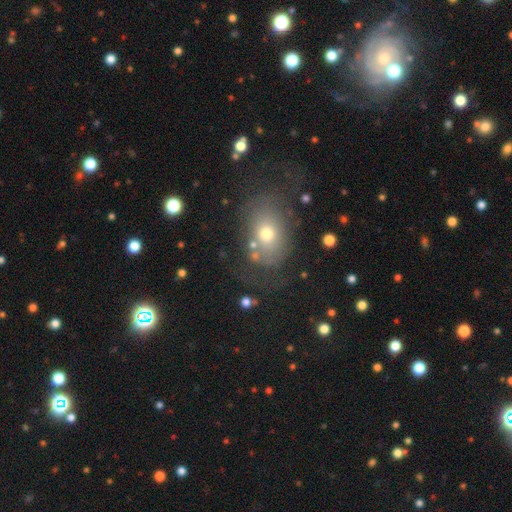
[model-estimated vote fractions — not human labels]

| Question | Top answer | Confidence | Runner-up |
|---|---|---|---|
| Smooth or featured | smooth | 42% | featured or disk (36%) |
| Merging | none | 69% | minor disturbance (17%) |